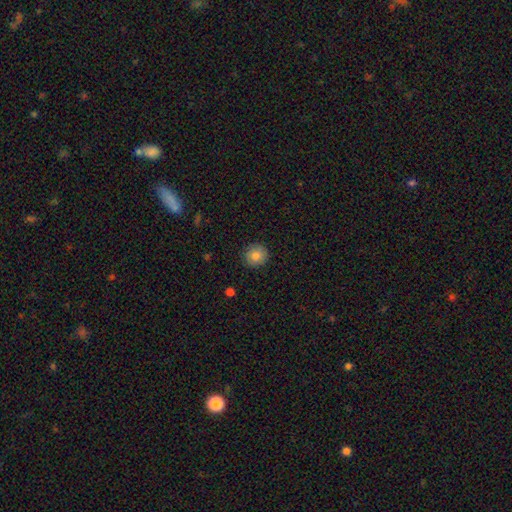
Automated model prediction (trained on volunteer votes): A smooth galaxy with no disk features (82%) that is round (93%). Merging: none (90%).